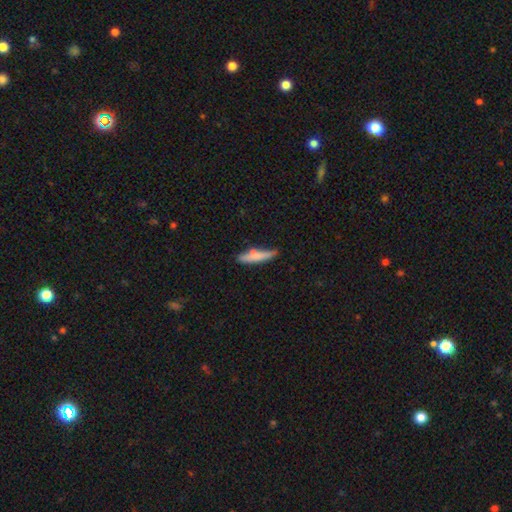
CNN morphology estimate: The model was most divided on "merging": none: 61%, minor disturbance: 24%, merger: 9%, major disturbance: 6%. More confident: how rounded — cigar-shaped (85%); smooth or featured — smooth (71%).